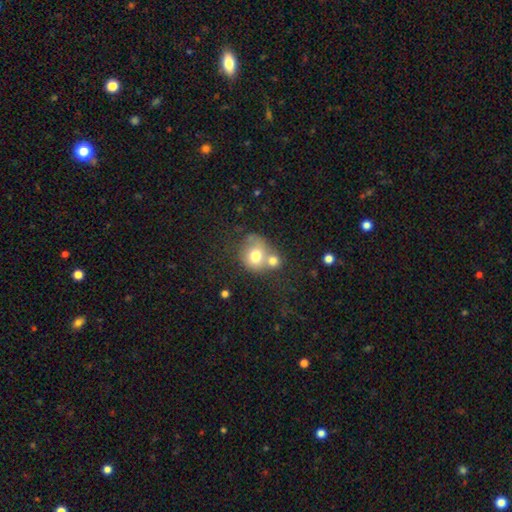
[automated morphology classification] smooth 69%, featured or disk 21%, star or artifact 9%. Down the decision tree: how rounded — round (71%); merging — merger (54%).